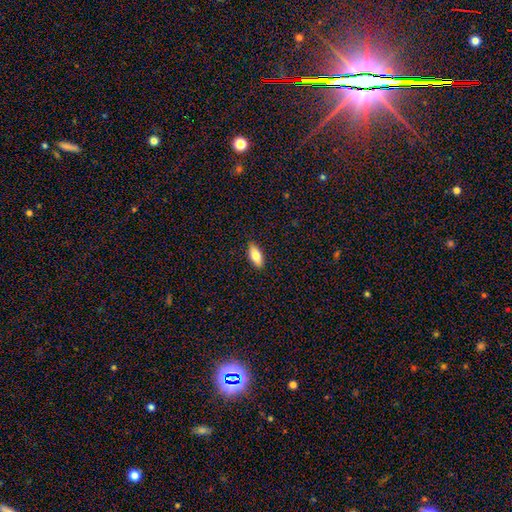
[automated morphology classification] smooth_or_featured: smooth (p=0.76) [alt: featured or disk p=0.17]
how_rounded: in between (p=0.83) [alt: cigar-shaped p=0.14]
merging: none (p=0.89) [alt: minor disturbance p=0.08]